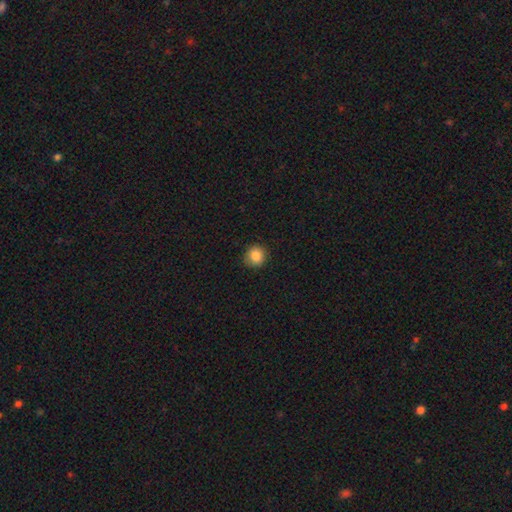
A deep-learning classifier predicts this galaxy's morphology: Q: Smooth or featured?
A: smooth (86%); runner-up: star or artifact (10%)
Q: How rounded?
A: round (90%); runner-up: in between (9%)
Q: Merging?
A: none (88%); runner-up: minor disturbance (9%)